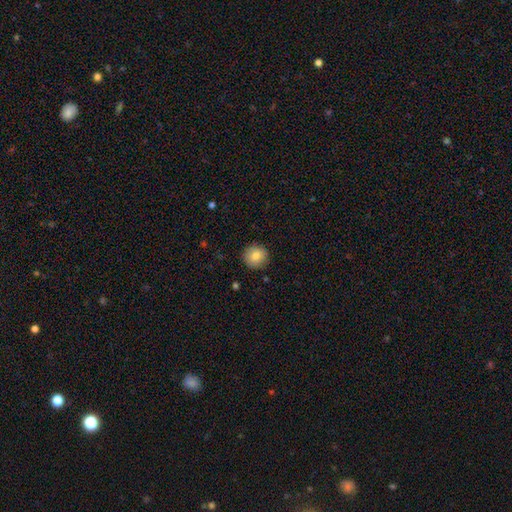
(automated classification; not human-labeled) A smooth galaxy with no disk features (83%) that is round (94%).

Vote fractions:
- Smooth or featured? smooth: 83% / featured or disk: 9% / star or artifact: 8%
- How rounded? round: 94% / in between: 5% / cigar-shaped: 1%
- Merging? none: 90% / minor disturbance: 7% / major disturbance: 2% / merger: 1%